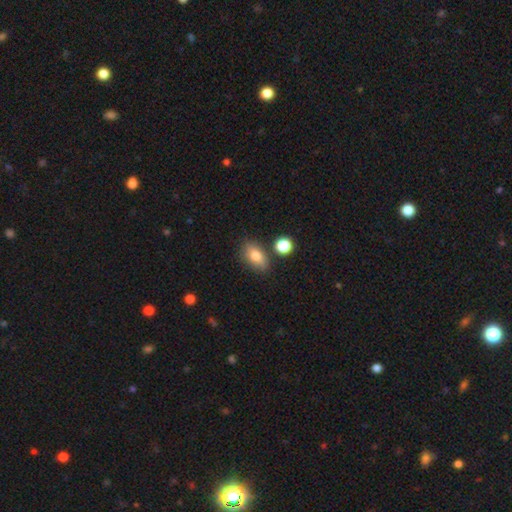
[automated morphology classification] A smooth galaxy with no disk features (79%) that is in between round and cigar-shaped (84%). Merging: none (74%).